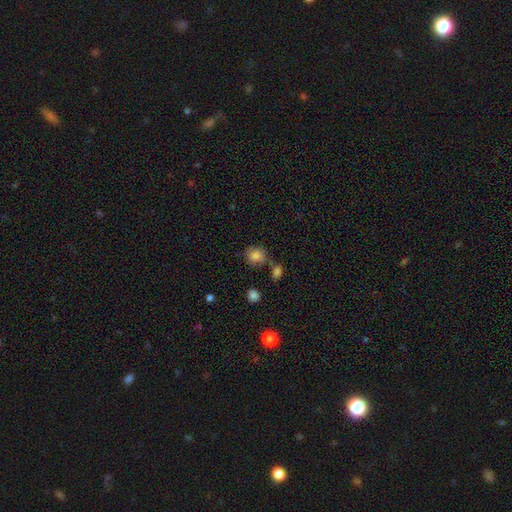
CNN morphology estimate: Overall: smooth (83%). How rounded: round (78%). Merging: none (67%).